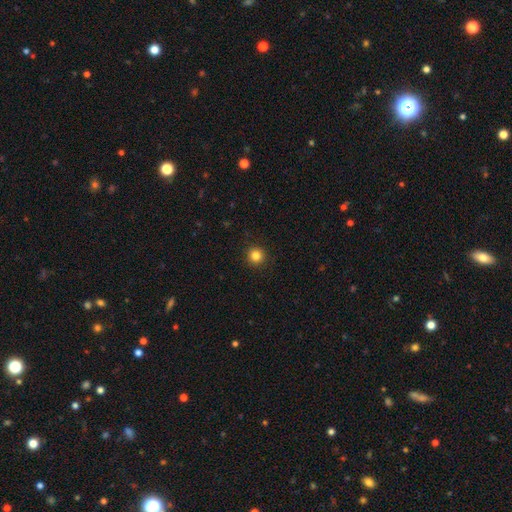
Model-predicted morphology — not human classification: smooth 84%, star or artifact 12%, featured or disk 4%. Down the decision tree: how rounded — round (95%); merging — none (93%).